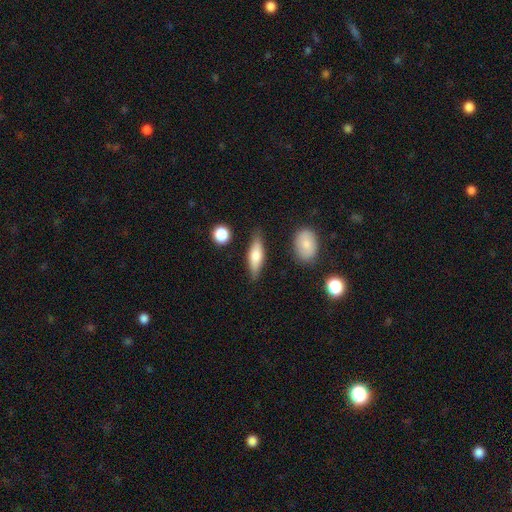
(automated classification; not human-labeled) Smooth or featured?
  - smooth: 64% *
  - featured or disk: 30%
  - star or artifact: 6%
How rounded?
  - cigar-shaped: 50% *
  - in between: 47%
  - round: 3%
Merging?
  - none: 79% *
  - minor disturbance: 14%
  - major disturbance: 3%
  - merger: 3%